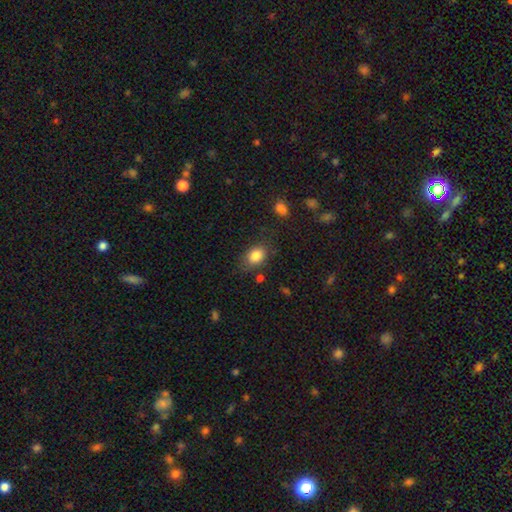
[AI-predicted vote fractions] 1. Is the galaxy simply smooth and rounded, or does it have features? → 84% smooth, 9% star or artifact, 7% featured or disk.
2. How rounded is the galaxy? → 71% in between, 27% round, 1% cigar-shaped.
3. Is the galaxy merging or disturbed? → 73% none, 18% minor disturbance, 6% major disturbance, 3% merger.